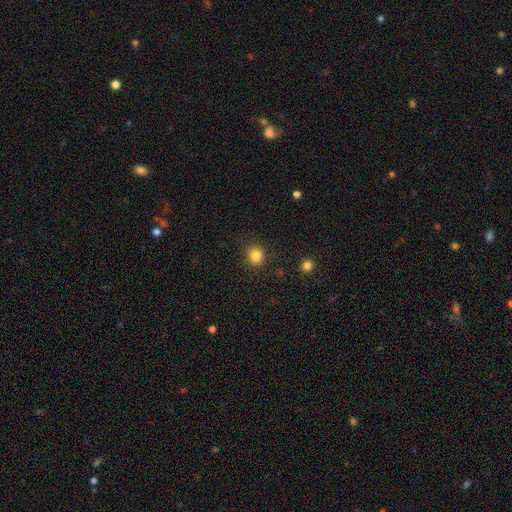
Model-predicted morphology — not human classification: This appears to be a smooth galaxy with no disk features (83%) that is round (89%). Merging: none (89%).